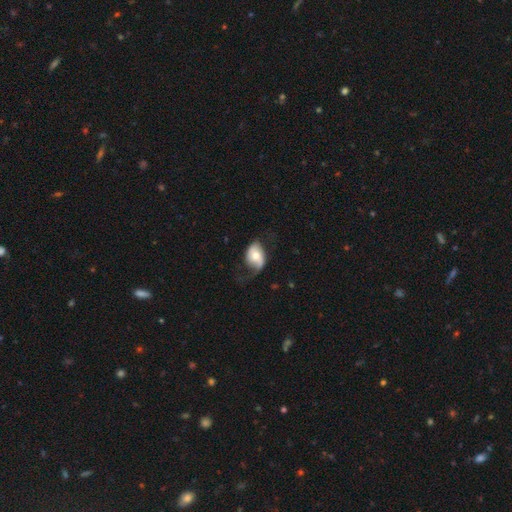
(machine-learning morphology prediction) Smooth or featured? Predicted: featured or disk (p=0.51). Edge-on disk? Predicted: no (p=0.94). Merging? Predicted: none (p=0.43).